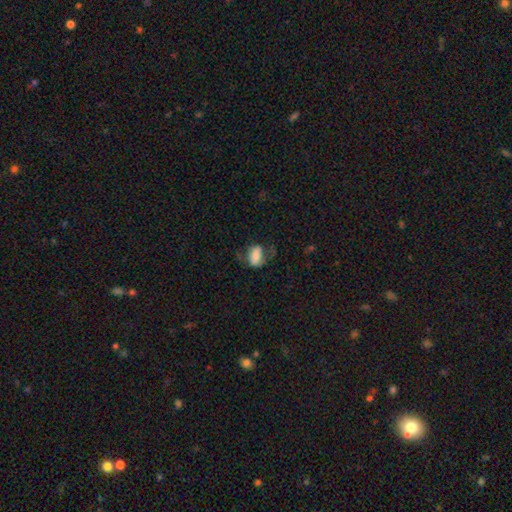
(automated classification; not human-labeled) Smooth or featured? Predicted: smooth (p=0.65). How rounded? Predicted: in between (p=0.86). Merging? Predicted: none (p=0.45).